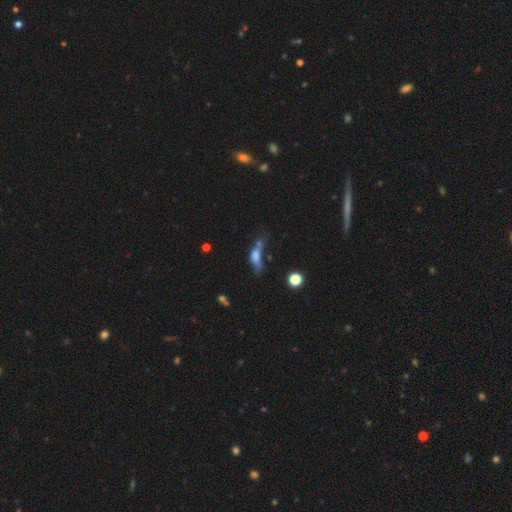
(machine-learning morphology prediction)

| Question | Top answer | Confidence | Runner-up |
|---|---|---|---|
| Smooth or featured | smooth | 55% | featured or disk (29%) |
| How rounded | in between | 54% | cigar-shaped (37%) |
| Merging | major disturbance | 33% | merger (24%) |